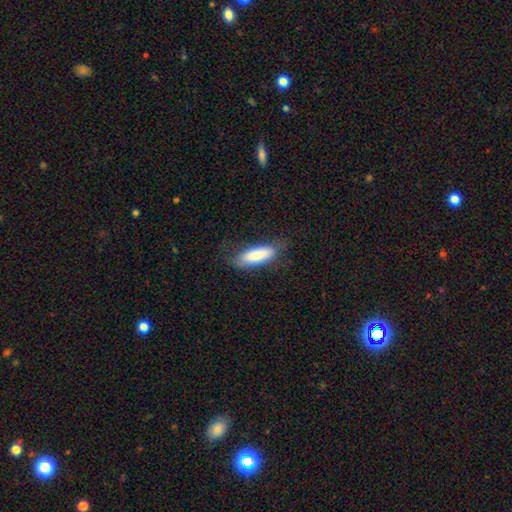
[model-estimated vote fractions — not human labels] Morphology: type=smooth (76%); roundness=in between (66%); merging=none (73%).